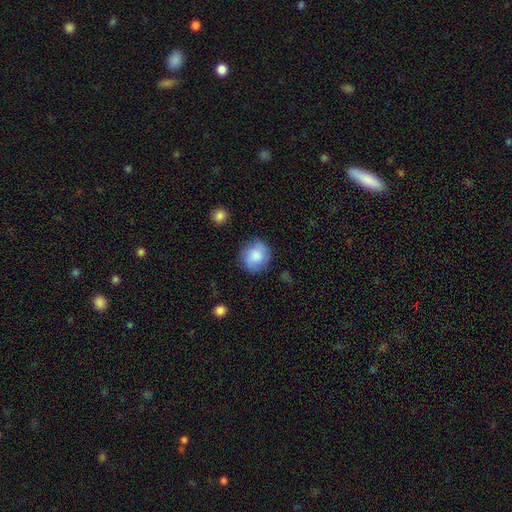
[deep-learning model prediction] This is clearly a smooth galaxy (81%). How rounded: likely round (78%). Merging: clearly none (82%).